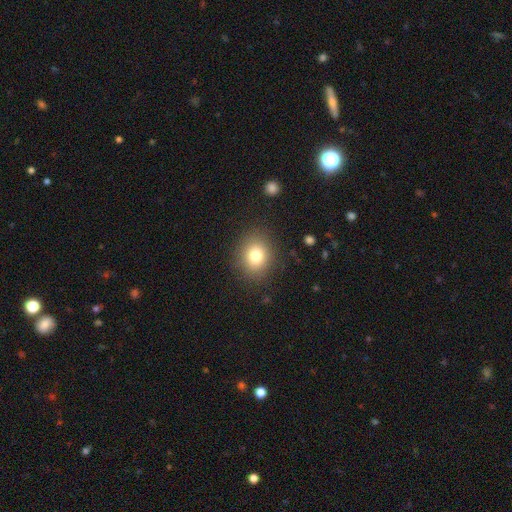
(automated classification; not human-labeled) The model was most divided on "how rounded": round: 65%, in between: 34%, cigar-shaped: 1%. More confident: merging — none (87%); smooth or featured — smooth (78%).